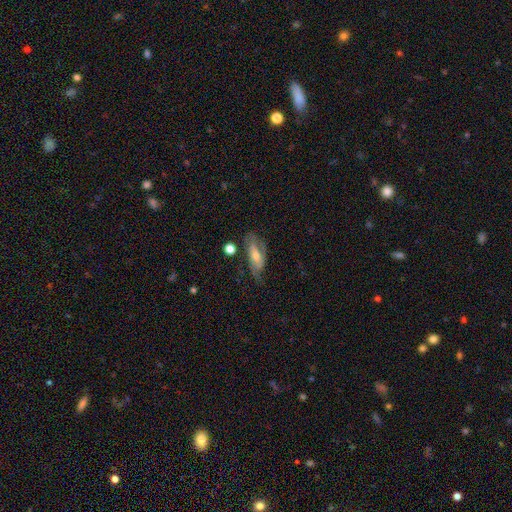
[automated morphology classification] A featured or disk galaxy (65%) with no bar (54%), spiral arms (76%) and a moderate central bulge (53%).

Vote fractions:
- Smooth or featured? featured or disk: 65% / smooth: 25% / star or artifact: 11%
- Edge-on disk? no: 80% / yes: 20%
- Bar? no: 54% / weak: 32% / strong: 15%
- Spiral arms? yes: 76% / no: 24%
- Bulge size? moderate: 53% / small: 40% / large: 4% / none: 2% / dominant: 1%
- Merging? none: 65% / minor disturbance: 22% / major disturbance: 10% / merger: 3%